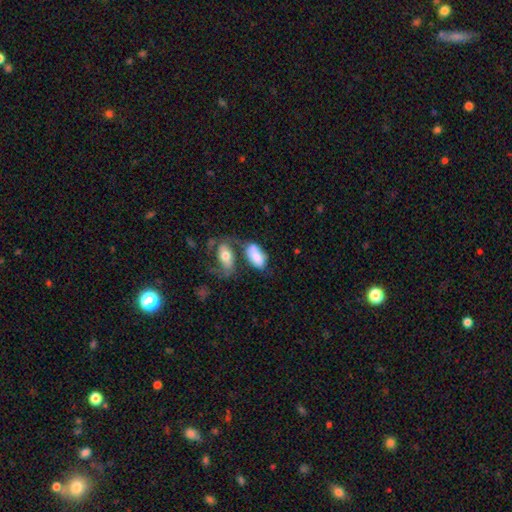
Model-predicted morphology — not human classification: This is likely a smooth galaxy (77%). How rounded: clearly in between (92%). Merging: marginally merger (34%, tied with none).